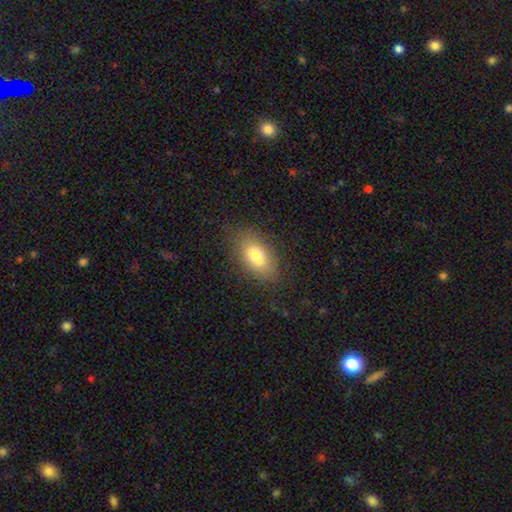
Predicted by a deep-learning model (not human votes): Smooth or featured?
  - smooth: 74% *
  - featured or disk: 17%
  - star or artifact: 10%
How rounded?
  - in between: 88% *
  - round: 7%
  - cigar-shaped: 5%
Merging?
  - none: 72% *
  - minor disturbance: 16%
  - merger: 8%
  - major disturbance: 5%